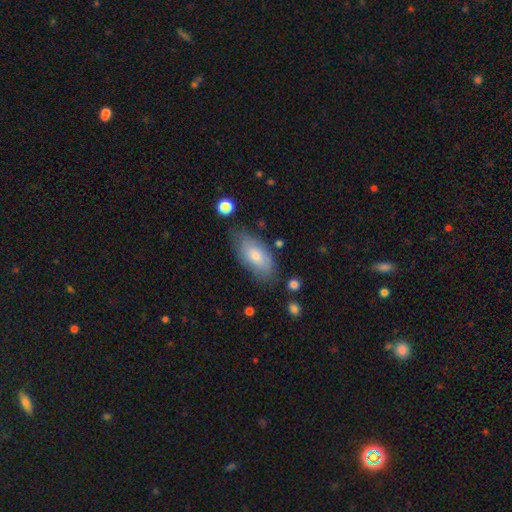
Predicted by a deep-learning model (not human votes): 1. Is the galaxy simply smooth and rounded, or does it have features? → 74% smooth, 21% featured or disk, 6% star or artifact.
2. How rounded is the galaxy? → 91% in between, 6% cigar-shaped, 2% round.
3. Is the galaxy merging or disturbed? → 69% none, 22% minor disturbance, 6% major disturbance, 3% merger.